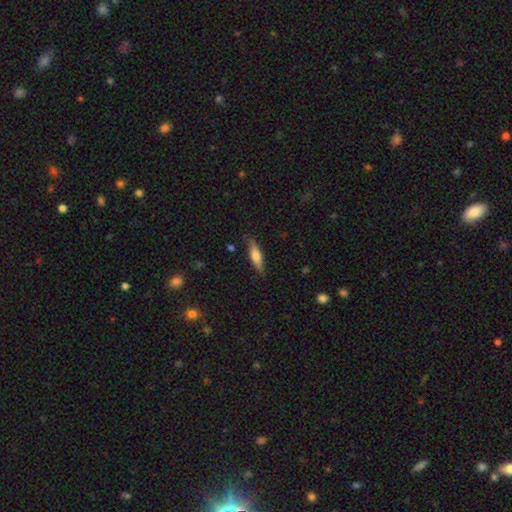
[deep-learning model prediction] Smooth or featured: smooth — 58% (featured or disk — 36%)
How rounded: cigar-shaped — 67% (in between — 31%)
Merging: none — 79% (minor disturbance — 17%)